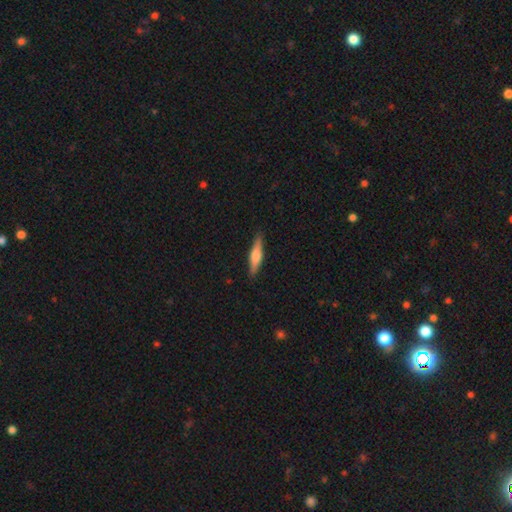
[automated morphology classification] Smooth or featured: smooth — 50% (featured or disk — 44%)
How rounded: cigar-shaped — 82% (in between — 16%)
Merging: none — 89% (minor disturbance — 8%)